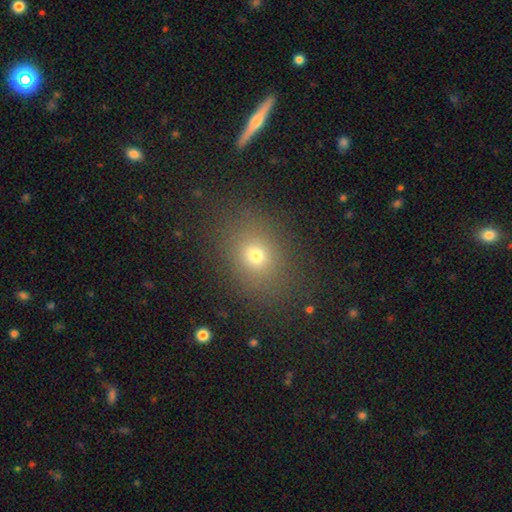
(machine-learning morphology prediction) A smooth galaxy with no disk features (71%) that is round (50%).

Vote fractions:
- Smooth or featured? smooth: 71% / star or artifact: 19% / featured or disk: 11%
- How rounded? round: 50% / in between: 48% / cigar-shaped: 1%
- Merging? none: 82% / minor disturbance: 11% / major disturbance: 5% / merger: 2%